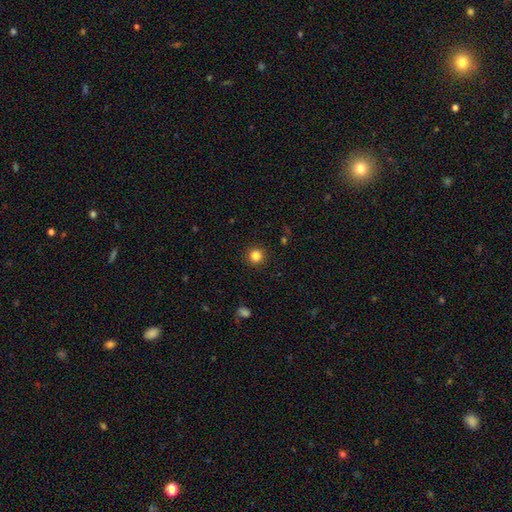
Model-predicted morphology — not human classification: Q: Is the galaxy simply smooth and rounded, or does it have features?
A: smooth — 84%.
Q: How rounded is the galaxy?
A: round — 94%.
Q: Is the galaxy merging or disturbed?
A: none — 92%.